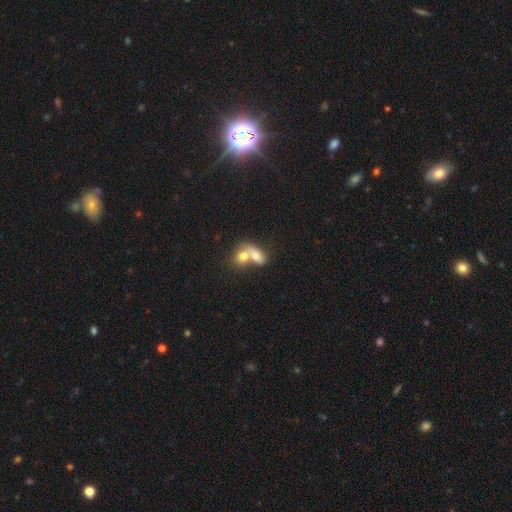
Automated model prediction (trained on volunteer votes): Smooth or featured? smooth (73%)
How rounded? in between (74%)
Merging? merger (75%)